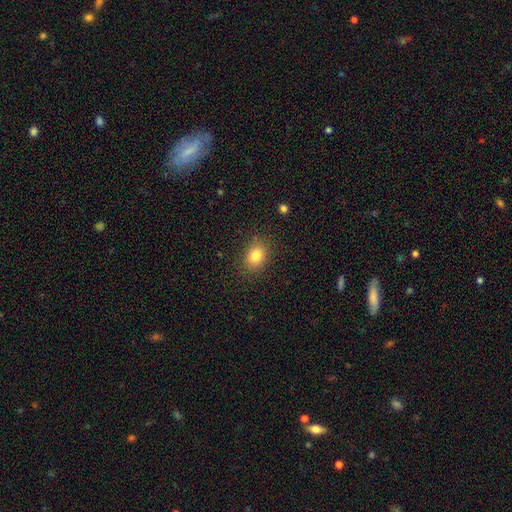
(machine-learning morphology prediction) smooth 82%, star or artifact 10%, featured or disk 7%. Down the decision tree: how rounded — in between (58%); merging — none (85%).